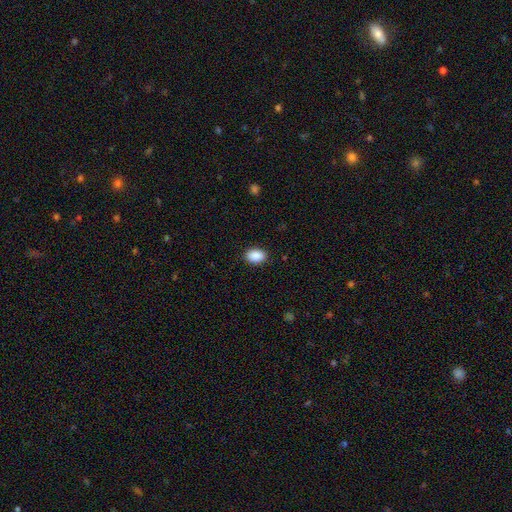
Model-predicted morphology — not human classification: A smooth galaxy with no disk features (90%) that is in between round and cigar-shaped (83%).

Vote fractions:
- Smooth or featured? smooth: 90% / star or artifact: 7% / featured or disk: 2%
- How rounded? in between: 83% / round: 16% / cigar-shaped: 1%
- Merging? none: 89% / minor disturbance: 8% / major disturbance: 2% / merger: 1%